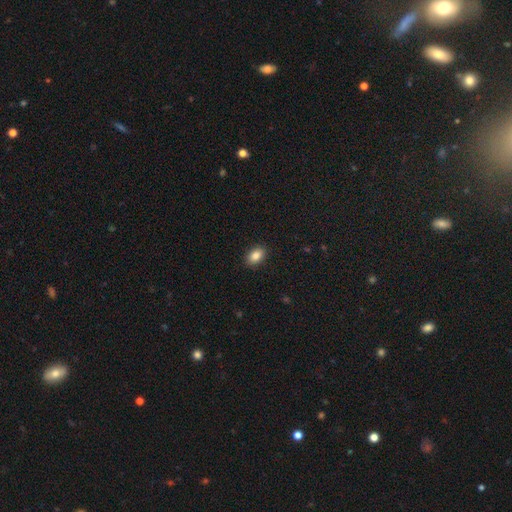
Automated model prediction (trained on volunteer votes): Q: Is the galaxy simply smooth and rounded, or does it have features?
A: smooth — 86%.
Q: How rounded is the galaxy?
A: in between — 87%.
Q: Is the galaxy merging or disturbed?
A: none — 90%.